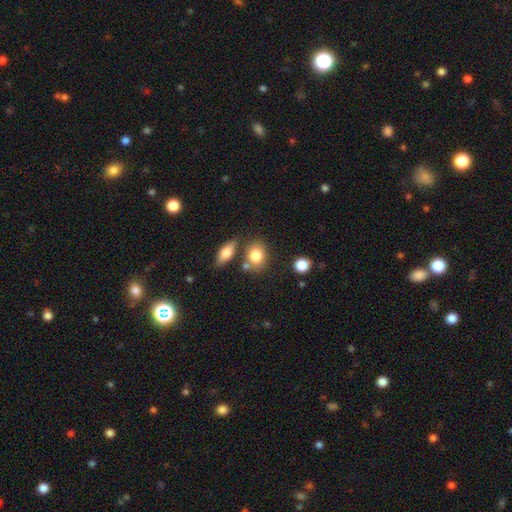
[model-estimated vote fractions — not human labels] Smooth or featured?
  - smooth: 82% *
  - featured or disk: 10%
  - star or artifact: 8%
How rounded?
  - round: 49% * (tied)
  - in between: 49% * (tied)
  - cigar-shaped: 2%
Merging?
  - none: 63% *
  - merger: 20%
  - minor disturbance: 13%
  - major disturbance: 4%